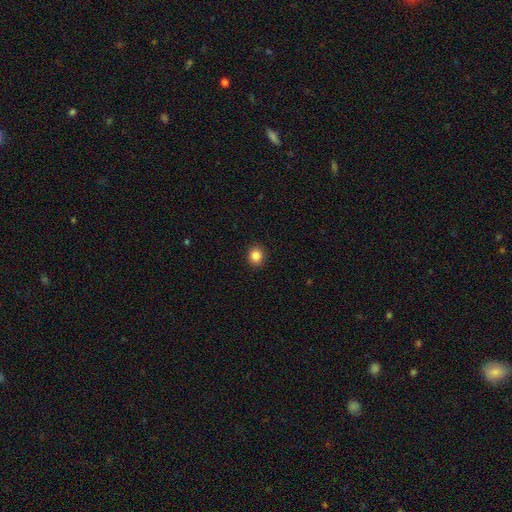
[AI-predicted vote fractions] A smooth galaxy with no disk features (86%) that is round (79%). Merging: none (91%).